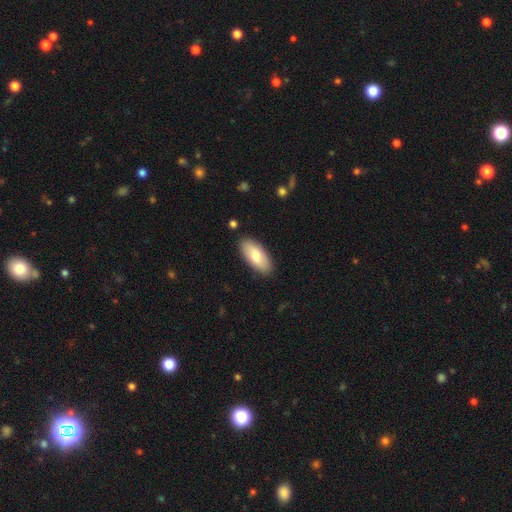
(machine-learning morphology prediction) Overall: smooth (77%). How rounded: in between (88%). Merging: none (88%).